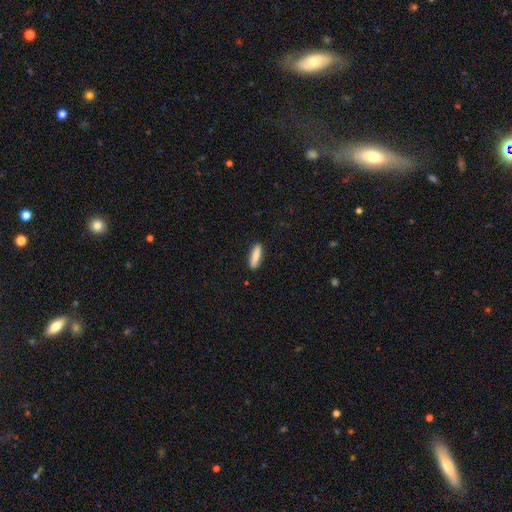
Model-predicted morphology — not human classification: This appears to be a smooth galaxy with no disk features (82%) that is cigar-shaped (64%). Merging: none (88%).